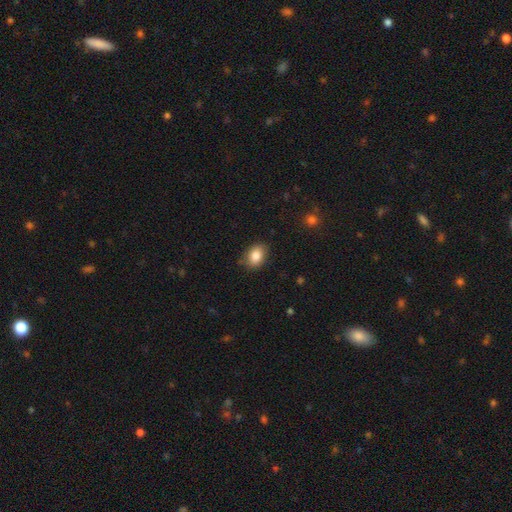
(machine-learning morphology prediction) Overall: smooth (84%). How rounded: in between (75%). Merging: none (82%).